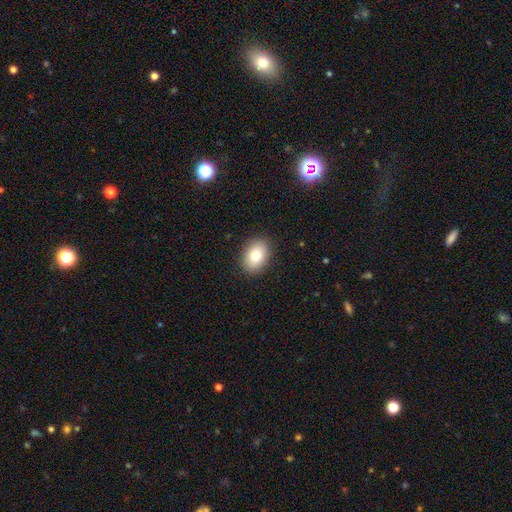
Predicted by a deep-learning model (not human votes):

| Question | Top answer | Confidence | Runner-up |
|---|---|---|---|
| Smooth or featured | smooth | 80% | featured or disk (11%) |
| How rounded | in between | 73% | round (26%) |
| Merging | none | 89% | minor disturbance (8%) |